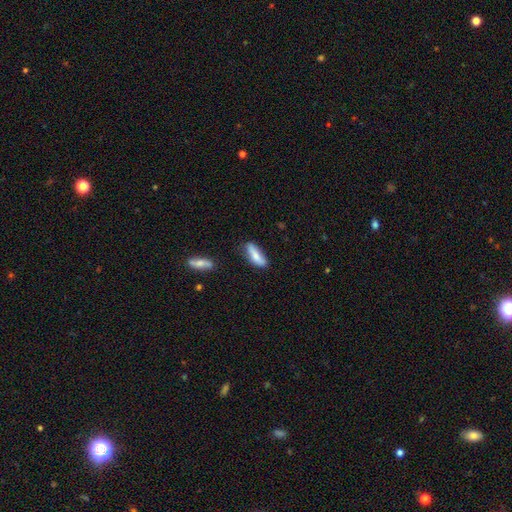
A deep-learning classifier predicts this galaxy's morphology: Smooth or featured? Predicted: smooth (p=0.74). How rounded? Predicted: in between (p=0.49, tied with cigar-shaped). Merging? Predicted: none (p=0.67).